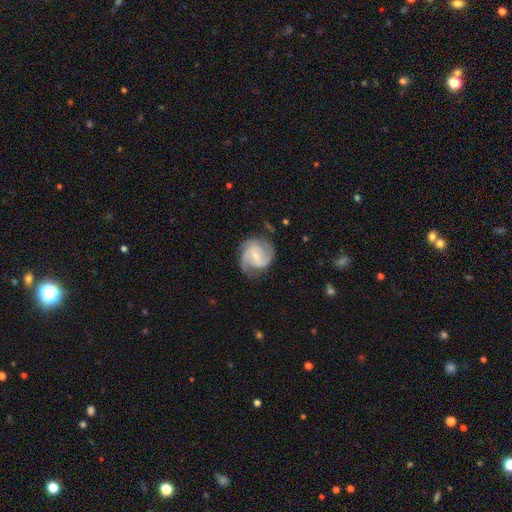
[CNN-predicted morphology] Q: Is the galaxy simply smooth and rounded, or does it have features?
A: featured or disk — 85%.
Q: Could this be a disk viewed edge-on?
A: no — 98%.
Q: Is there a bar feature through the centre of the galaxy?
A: weak — 52%.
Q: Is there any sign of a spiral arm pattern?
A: yes — 97%.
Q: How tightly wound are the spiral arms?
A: medium — 49%.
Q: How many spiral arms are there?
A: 2 — 53%.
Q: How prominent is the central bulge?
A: small — 63%.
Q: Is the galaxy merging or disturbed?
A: none — 69%.